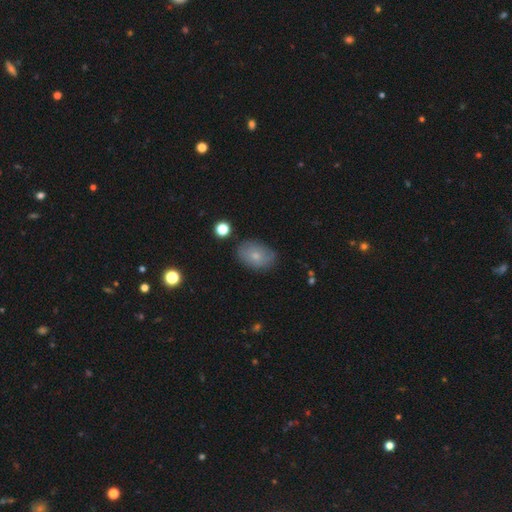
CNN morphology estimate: A smooth galaxy with no disk features (71%) that is in between round and cigar-shaped (85%).

Vote fractions:
- Smooth or featured? smooth: 71% / featured or disk: 21% / star or artifact: 8%
- How rounded? in between: 85% / round: 14% / cigar-shaped: 1%
- Merging? none: 80% / minor disturbance: 15% / major disturbance: 3% / merger: 2%